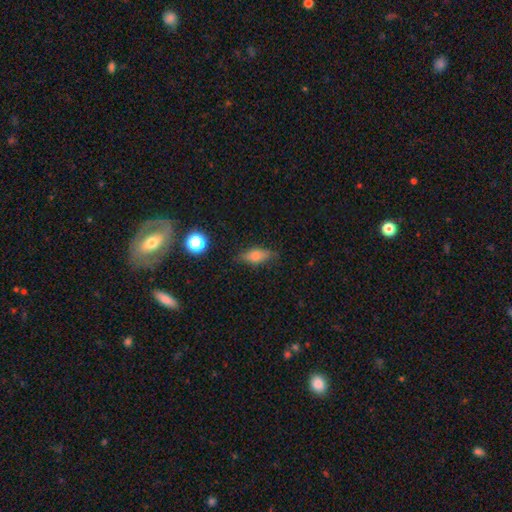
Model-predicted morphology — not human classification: type=smooth (70%); roundness=in between (71%); merging=none (76%).